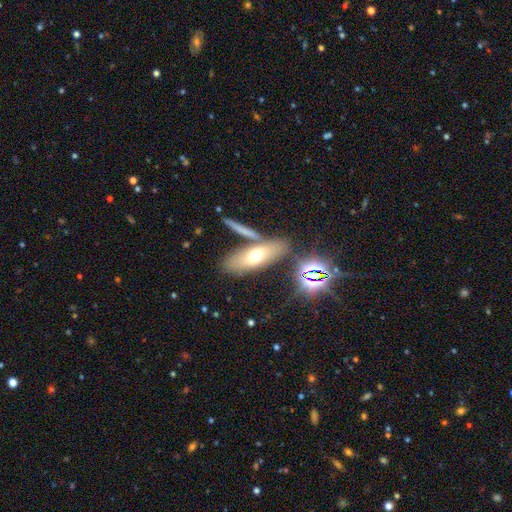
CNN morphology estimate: Smooth or featured? smooth (56%)
How rounded? in between (66%)
Merging? none (67%)